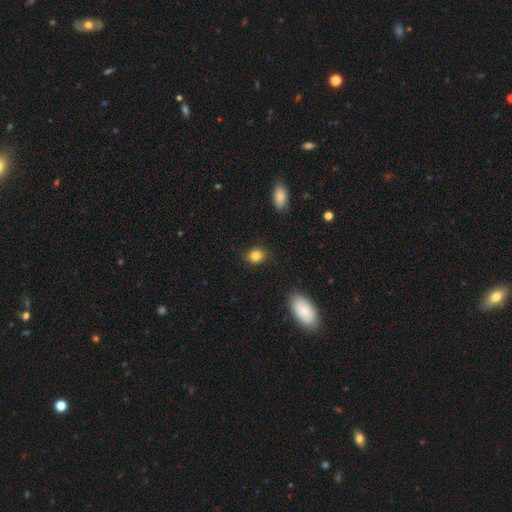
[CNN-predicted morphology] smooth_or_featured: smooth (p=0.84) [alt: star or artifact p=0.10]
how_rounded: in between (p=0.51) [alt: round p=0.48]
merging: none (p=0.83) [alt: minor disturbance p=0.12]